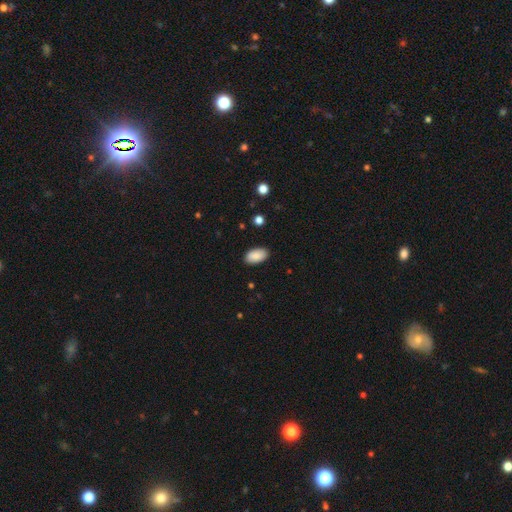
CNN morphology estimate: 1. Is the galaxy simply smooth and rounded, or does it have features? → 88% smooth, 7% star or artifact, 5% featured or disk.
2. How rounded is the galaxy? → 95% in between, 3% round, 1% cigar-shaped.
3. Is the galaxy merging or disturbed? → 88% none, 9% minor disturbance, 2% major disturbance, 1% merger.